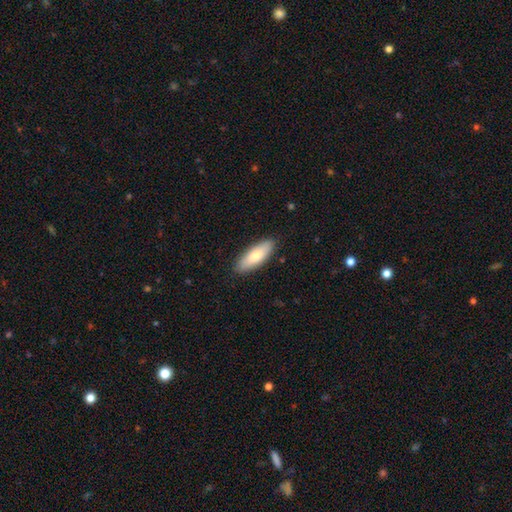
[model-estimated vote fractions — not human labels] Smooth or featured: smooth — 75% (featured or disk — 19%)
How rounded: in between — 65% (cigar-shaped — 33%)
Merging: none — 88% (minor disturbance — 9%)